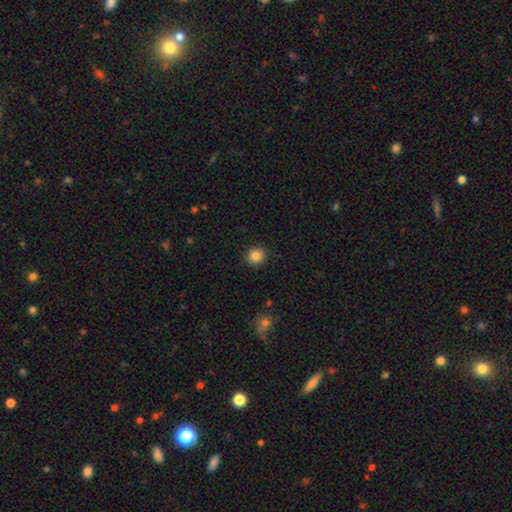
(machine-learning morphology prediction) Smooth or featured?
  - smooth: 85% *
  - star or artifact: 10%
  - featured or disk: 5%
How rounded?
  - round: 90% *
  - in between: 9%
  - cigar-shaped: 1%
Merging?
  - none: 91% *
  - minor disturbance: 6%
  - major disturbance: 2%
  - merger: 1%